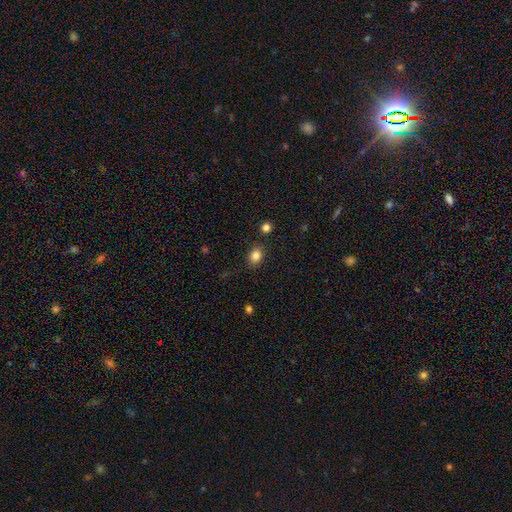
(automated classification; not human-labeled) This appears to be a smooth galaxy with no disk features (83%) that is in between round and cigar-shaped (54%). Merging: none (86%).